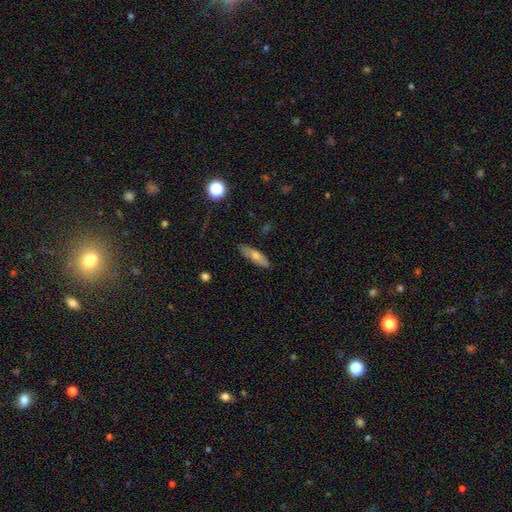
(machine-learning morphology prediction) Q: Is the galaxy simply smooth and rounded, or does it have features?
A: smooth — 60%.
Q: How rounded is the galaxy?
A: cigar-shaped — 58%.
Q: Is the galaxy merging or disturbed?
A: none — 85%.